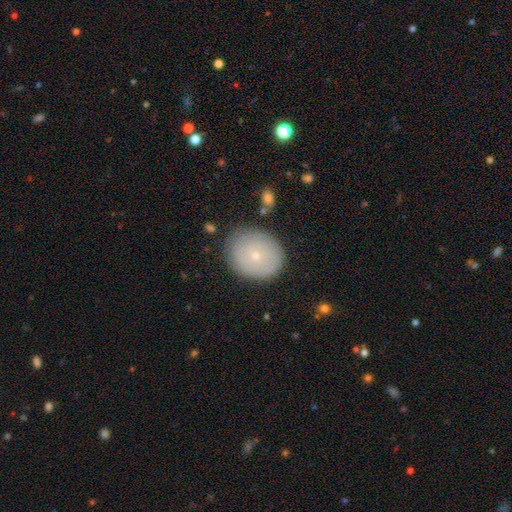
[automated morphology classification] A smooth galaxy with no disk features (61%) that is round (68%).

Vote fractions:
- Smooth or featured? smooth: 61% / featured or disk: 31% / star or artifact: 8%
- How rounded? round: 68% / in between: 32% / cigar-shaped: 1%
- Merging? none: 82% / minor disturbance: 13% / major disturbance: 3% / merger: 2%